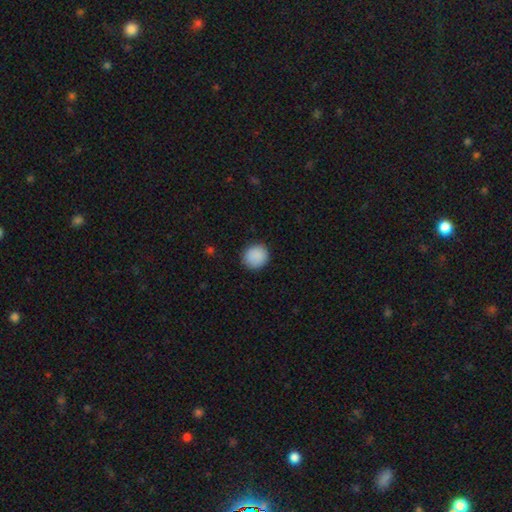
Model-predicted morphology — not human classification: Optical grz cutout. It shows a smooth galaxy with no disk features (90%) that is round (89%). Merging: none (90%).